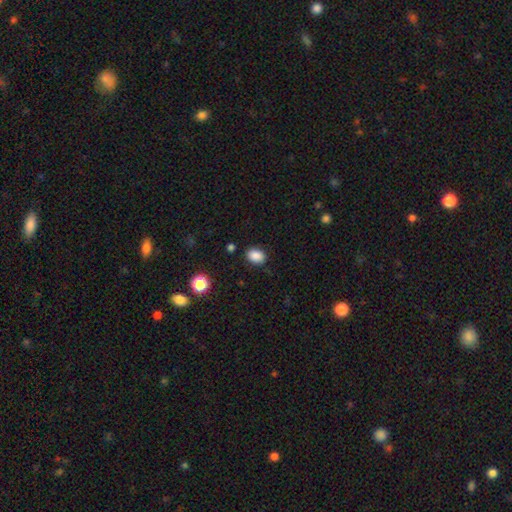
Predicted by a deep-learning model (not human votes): Overall: smooth (87%). How rounded: in between (71%). Merging: none (86%).